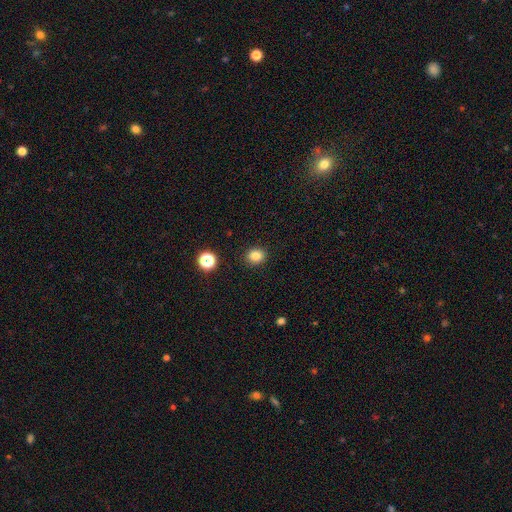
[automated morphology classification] Smooth or featured: smooth — 82% (star or artifact — 13%)
How rounded: round — 72% (in between — 27%)
Merging: none — 90% (minor disturbance — 6%)